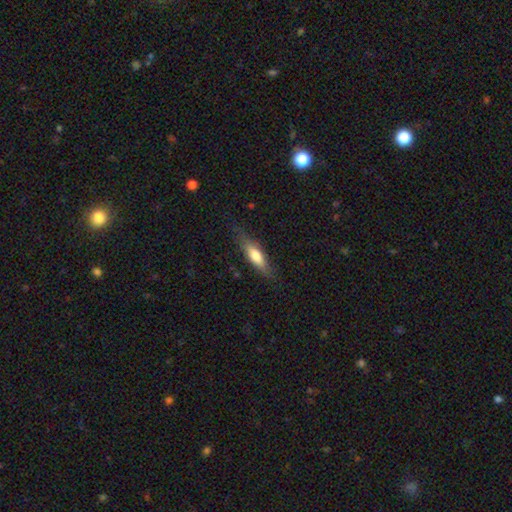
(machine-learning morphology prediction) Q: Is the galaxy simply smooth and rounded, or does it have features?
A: smooth — 62%.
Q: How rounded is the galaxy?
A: cigar-shaped — 61%.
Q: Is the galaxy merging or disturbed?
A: none — 76%.